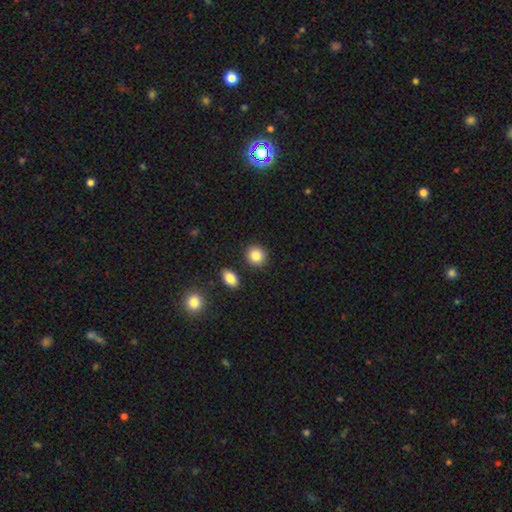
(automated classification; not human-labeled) Smooth or featured?
  - smooth: 86% *
  - star or artifact: 8%
  - featured or disk: 5%
How rounded?
  - round: 83% *
  - in between: 16%
  - cigar-shaped: 1%
Merging?
  - none: 87% *
  - minor disturbance: 7%
  - merger: 4%
  - major disturbance: 2%